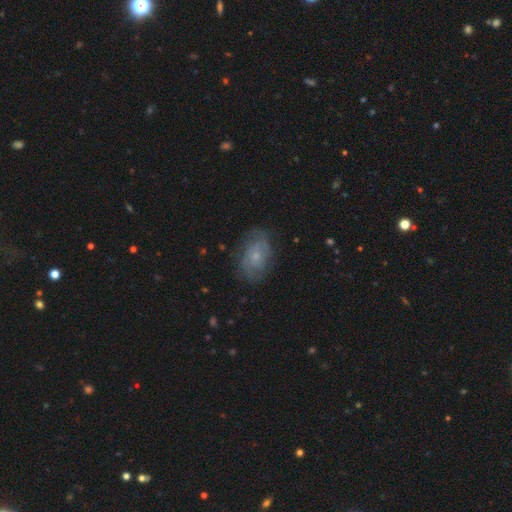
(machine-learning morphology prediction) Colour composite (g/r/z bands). It shows a featured or disk galaxy (57%) with no bar (77%), spiral arms (80%) and a small central bulge (68%). Merging: none (74%).